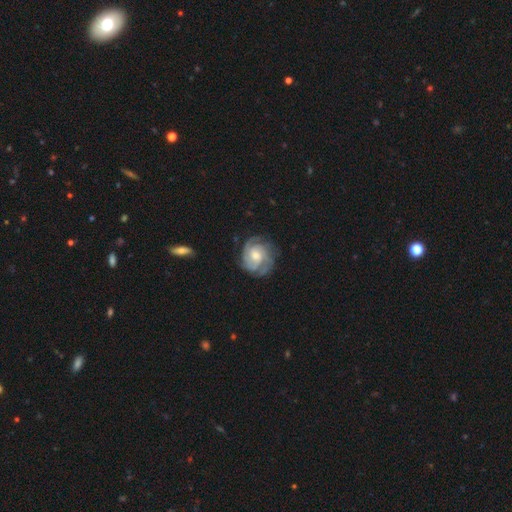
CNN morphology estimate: A featured or disk galaxy (87%) with no bar (63%), 3 (40%) tight (67%) spiral arms (97%) and a moderate central bulge (61%).

Vote fractions:
- Smooth or featured? featured or disk: 87% / smooth: 8% / star or artifact: 5%
- Edge-on disk? no: 98% / yes: 2%
- Bar? no: 63% / weak: 31% / strong: 6%
- Spiral arms? yes: 97% / no: 3%
- Spiral winding? tight: 67% / medium: 28% / loose: 5%
- Spiral arm count? 3: 40% / 2: 21% / can't tell: 17% / 4: 12% / 1: 5% / more than 4: 5%
- Bulge size? moderate: 61% / small: 26% / large: 9% / none: 3% / dominant: 1%
- Merging? none: 76% / minor disturbance: 17% / major disturbance: 6% / merger: 1%